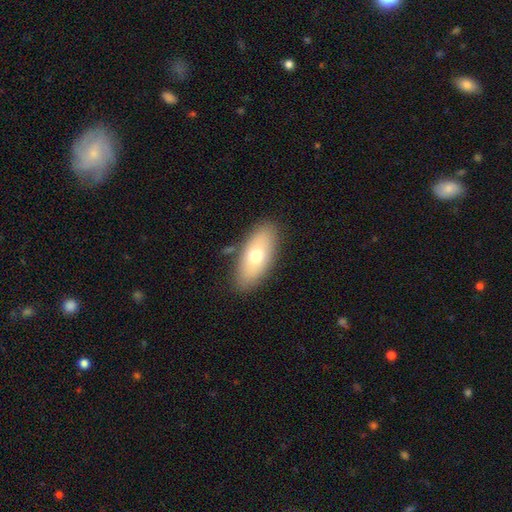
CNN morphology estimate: Overall: smooth (67%). How rounded: in between (85%). Merging: none (84%).